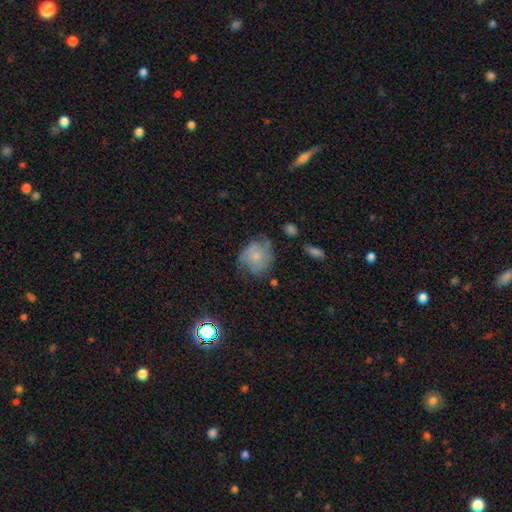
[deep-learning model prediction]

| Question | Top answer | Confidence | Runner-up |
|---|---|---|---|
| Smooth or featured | smooth | 50% | featured or disk (40%) |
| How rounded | round | 67% | in between (31%) |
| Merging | none | 49% | minor disturbance (32%) |